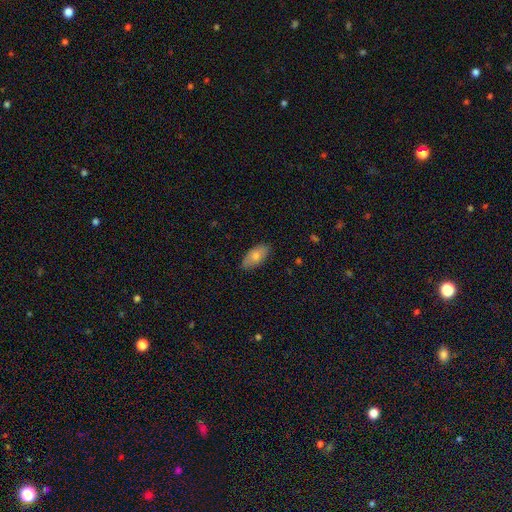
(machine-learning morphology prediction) smooth 69%, featured or disk 24%, star or artifact 7%. Down the decision tree: how rounded — in between (91%); merging — none (84%).